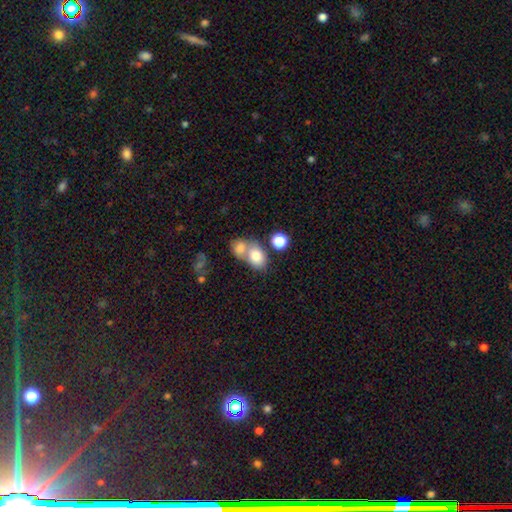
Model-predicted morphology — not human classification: Smooth or featured? smooth (79%)
How rounded? in between (67%)
Merging? merger (54%)